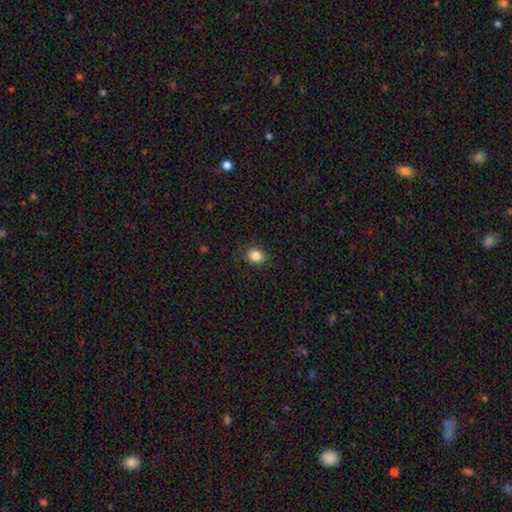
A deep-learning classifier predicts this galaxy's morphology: A smooth galaxy with no disk features (84%) that is round (61%). Merging: none (82%).